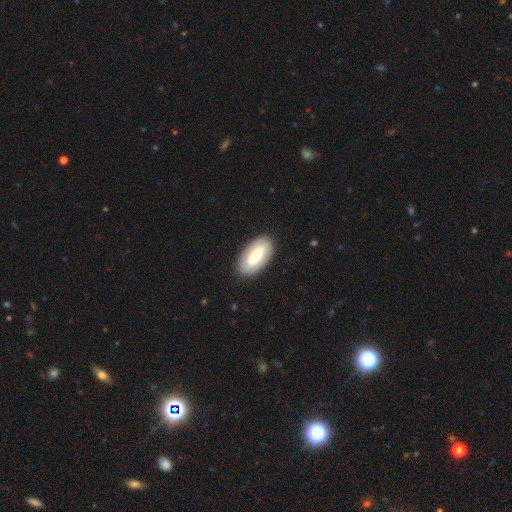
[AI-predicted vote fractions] Smooth or featured? smooth (59%)
How rounded? in between (94%)
Merging? none (87%)